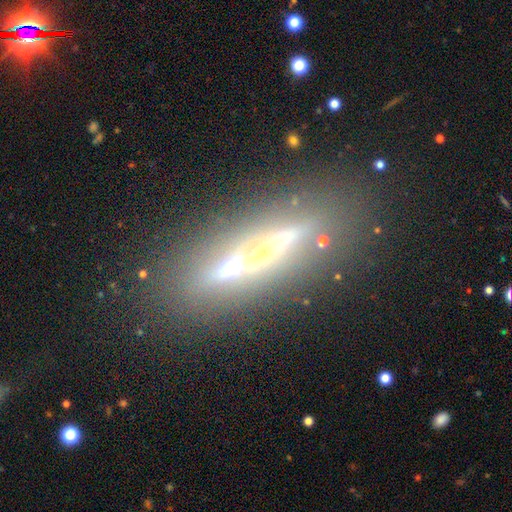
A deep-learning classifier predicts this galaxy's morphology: Smooth or featured?
  - featured or disk: 64% *
  - smooth: 18%
  - star or artifact: 17%
Edge-on disk?
  - yes: 84% *
  - no: 16%
Edge-on bulge?
  - none: 57% *
  - rounded: 30%
  - boxy: 13%
Merging?
  - none: 77% *
  - minor disturbance: 12%
  - major disturbance: 6%
  - merger: 5%